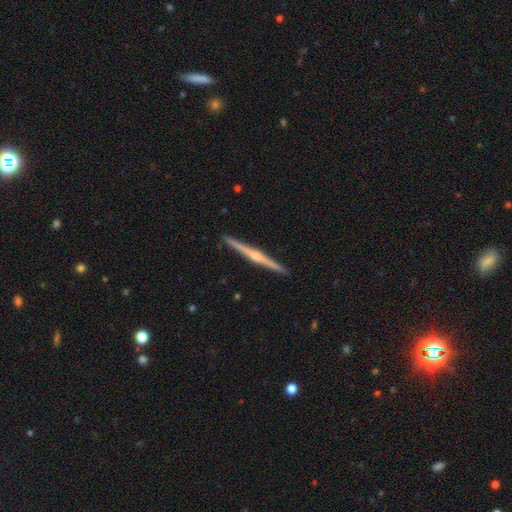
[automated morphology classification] This is clearly a featured or disk galaxy (83%). It is clearly viewed edge-on (99%). Edge-on bulge: clearly rounded (83%). Merging: clearly none (93%).